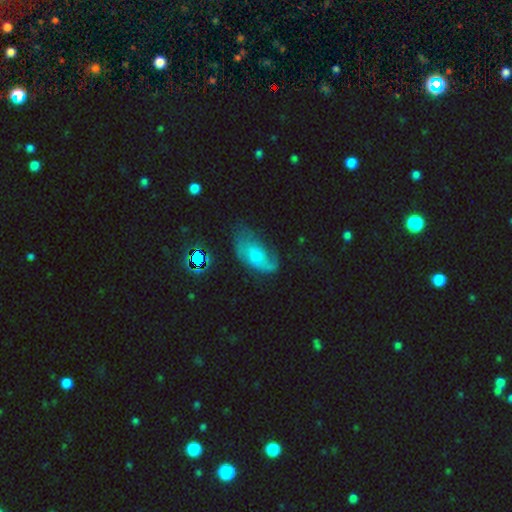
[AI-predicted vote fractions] Smooth or featured? Predicted: featured or disk (p=0.55). Edge-on disk? Predicted: no (p=0.92). Bar? Predicted: no (p=0.70). Spiral arms? Predicted: yes (p=0.71). Bulge size? Predicted: moderate (p=0.60). Merging? Predicted: none (p=0.42).